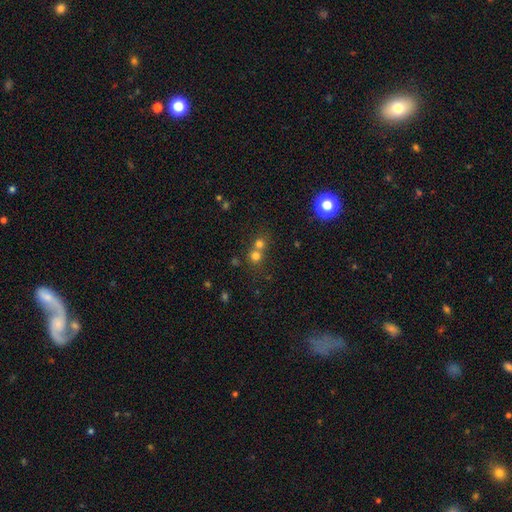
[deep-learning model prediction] Morphology: type=smooth (70%); roundness=round (88%); merging=merger (49%).